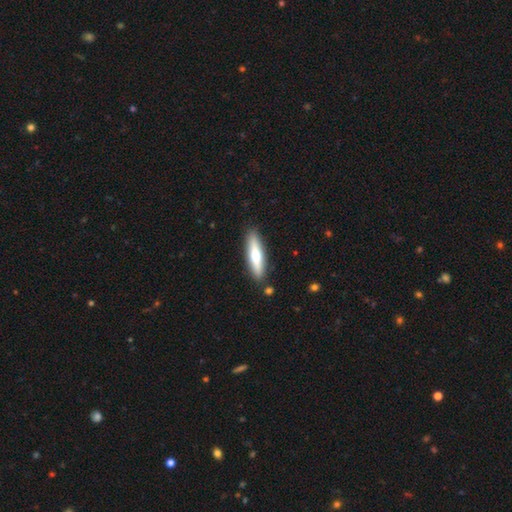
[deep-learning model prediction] Smooth or featured? smooth (54%)
How rounded? cigar-shaped (76%)
Merging? none (88%)